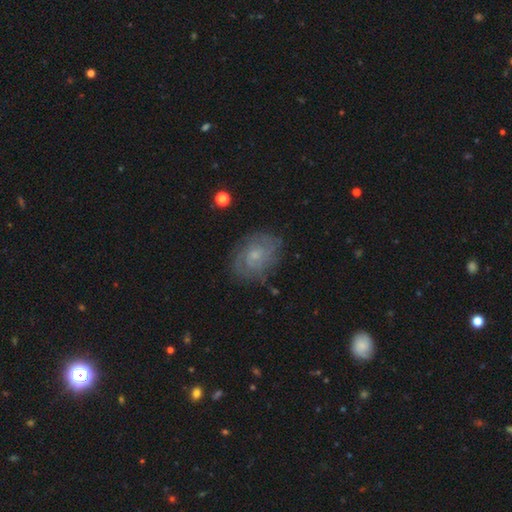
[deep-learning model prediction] Overall: featured or disk (66%). Edge-on disk: no (97%). Bar: no (73%). Spiral arms: yes (84%). Spiral arm count: can't tell (44%; 2 32%). Spiral winding: tight (57%; medium 32%). Bulge size: small (65%; moderate 25%). Merging: none (74%).